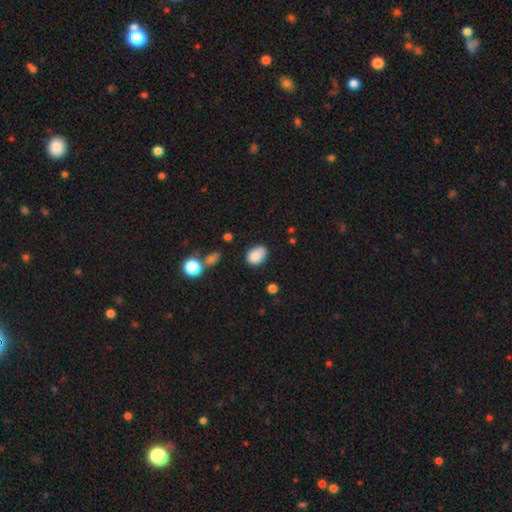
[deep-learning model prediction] Smooth or featured? smooth (85%)
How rounded? in between (79%)
Merging? none (66%)